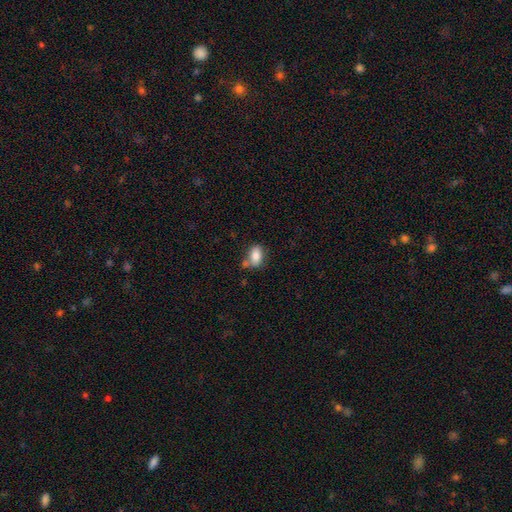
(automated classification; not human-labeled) smooth_or_featured: smooth (p=0.81) [alt: featured or disk p=0.11]
how_rounded: in between (p=0.83) [alt: round p=0.14]
merging: none (p=0.58) [alt: minor disturbance p=0.19]